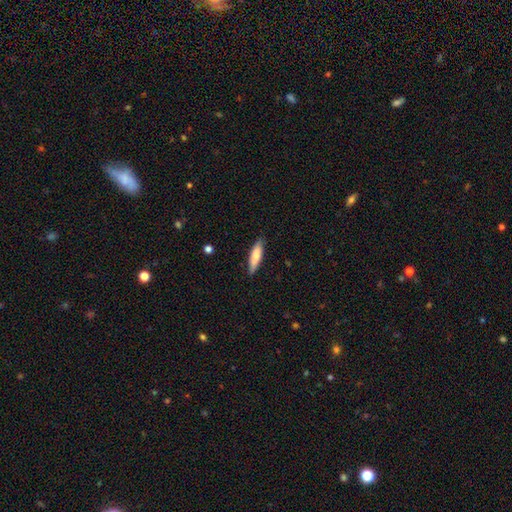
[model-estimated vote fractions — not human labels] smooth_or_featured: smooth (p=0.72) [alt: featured or disk p=0.22]
how_rounded: cigar-shaped (p=0.70) [alt: in between p=0.29]
merging: none (p=0.86) [alt: minor disturbance p=0.11]